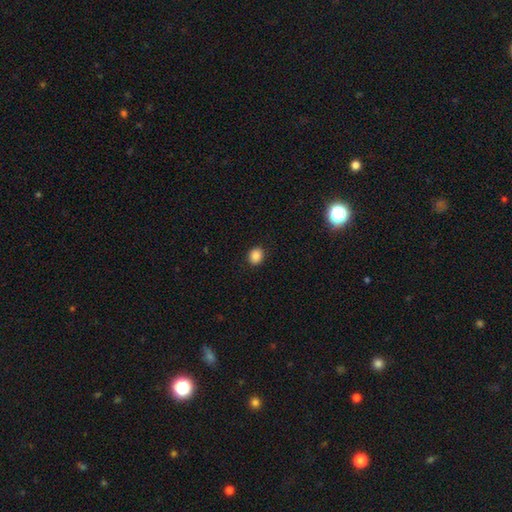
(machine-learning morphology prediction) smooth_or_featured: smooth (p=0.86) [alt: star or artifact p=0.10]
how_rounded: round (p=0.73) [alt: in between p=0.26]
merging: none (p=0.91) [alt: minor disturbance p=0.06]